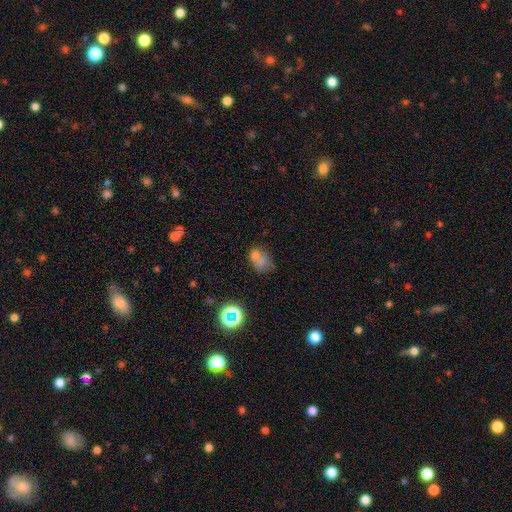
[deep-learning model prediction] Overall: smooth (59%; featured or disk 24%). How rounded: in between (68%; round 31%). Merging: none (37%; merger 31%).